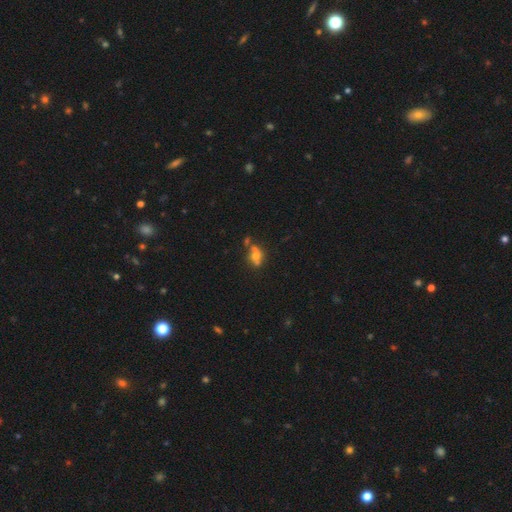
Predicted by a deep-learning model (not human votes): A smooth galaxy with no disk features (57%) that is round (55%).

Vote fractions:
- Smooth or featured? smooth: 57% / featured or disk: 25% / star or artifact: 17%
- How rounded? round: 55% / in between: 43% / cigar-shaped: 3%
- Merging? merger: 41% / none: 39% / minor disturbance: 13% / major disturbance: 7%